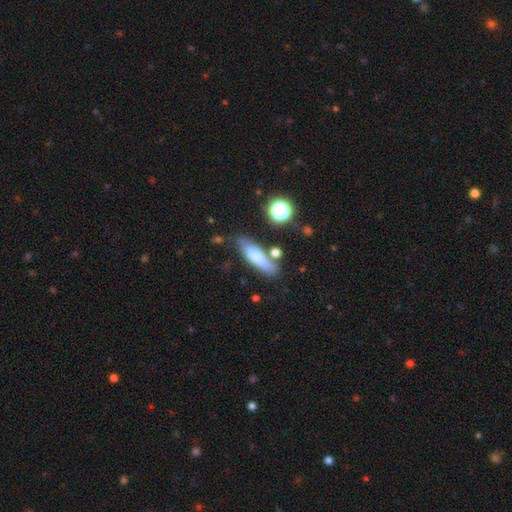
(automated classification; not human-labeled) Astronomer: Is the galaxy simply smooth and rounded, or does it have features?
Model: smooth — 67%.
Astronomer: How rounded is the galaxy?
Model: cigar-shaped — 65%.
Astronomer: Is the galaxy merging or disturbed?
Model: none — 66%.